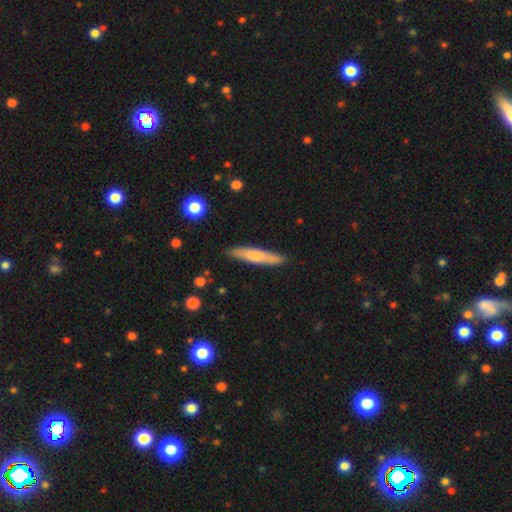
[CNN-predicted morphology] Smooth or featured? Predicted: smooth (p=0.64). How rounded? Predicted: cigar-shaped (p=0.89). Merging? Predicted: none (p=0.88).